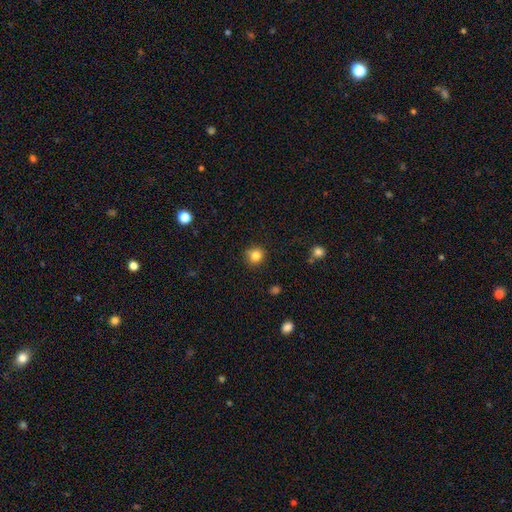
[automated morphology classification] Q: Smooth or featured?
A: smooth (83%); runner-up: star or artifact (12%)
Q: How rounded?
A: round (88%); runner-up: in between (11%)
Q: Merging?
A: none (87%); runner-up: minor disturbance (9%)